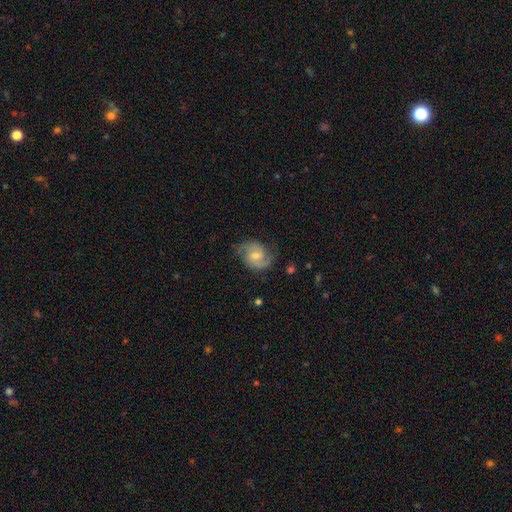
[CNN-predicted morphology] This is clearly a featured or disk galaxy (80%). It is clearly not viewed edge-on (98%). Bar: possibly no (55%). Spiral arm pattern: clearly yes (96%). Spiral arm count: clearly 2 (87%). Spiral winding: possibly medium (50%). Central bulge: possibly moderate (55%). Merging: likely none (76%).